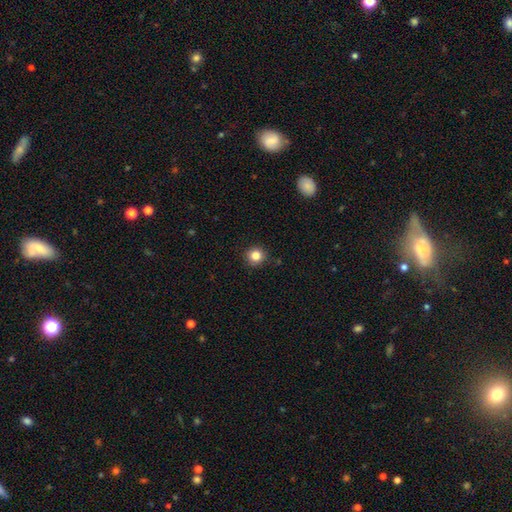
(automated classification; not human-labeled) Overall: smooth (83%). How rounded: round (93%). Merging: none (89%).